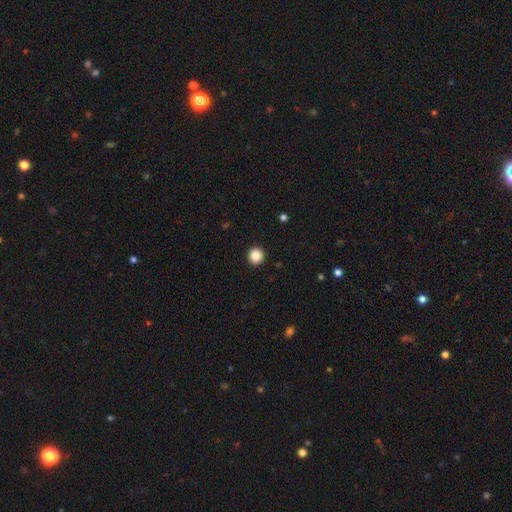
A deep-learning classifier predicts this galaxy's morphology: The model was most divided on "smooth or featured": smooth: 87%, star or artifact: 10%, featured or disk: 4%. More confident: merging — none (93%); how rounded — round (91%).